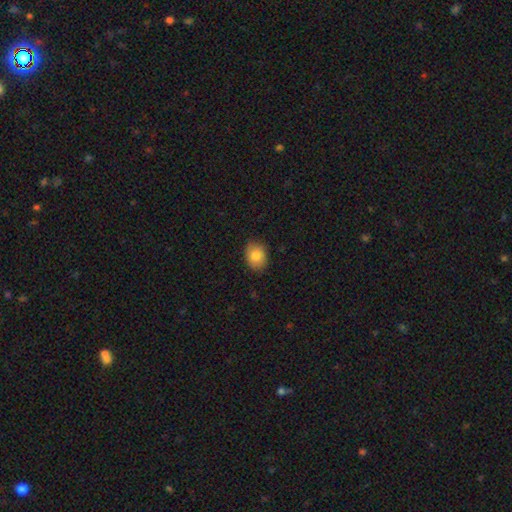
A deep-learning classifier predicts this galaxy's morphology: Smooth or featured: smooth — 84% (featured or disk — 8%)
How rounded: in between — 67% (round — 32%)
Merging: none — 85% (minor disturbance — 12%)